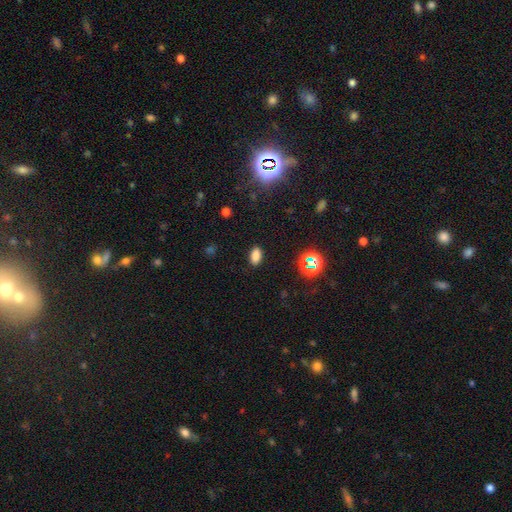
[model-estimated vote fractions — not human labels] Smooth or featured? smooth (80%)
How rounded? in between (89%)
Merging? none (87%)